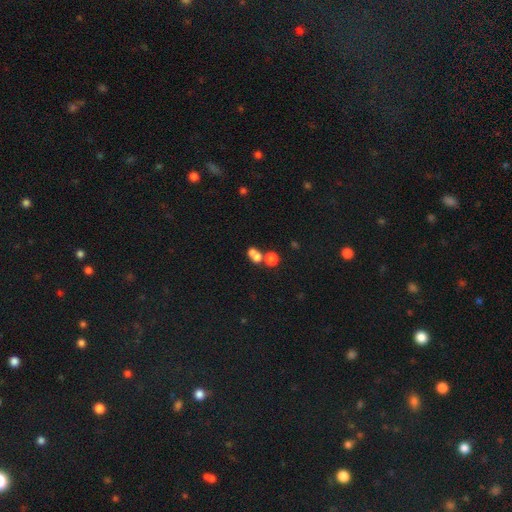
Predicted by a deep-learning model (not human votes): The model was most divided on "merging": merger: 57%, none: 32%, minor disturbance: 6%, major disturbance: 5%. More confident: how rounded — round (69%); smooth or featured — smooth (69%).